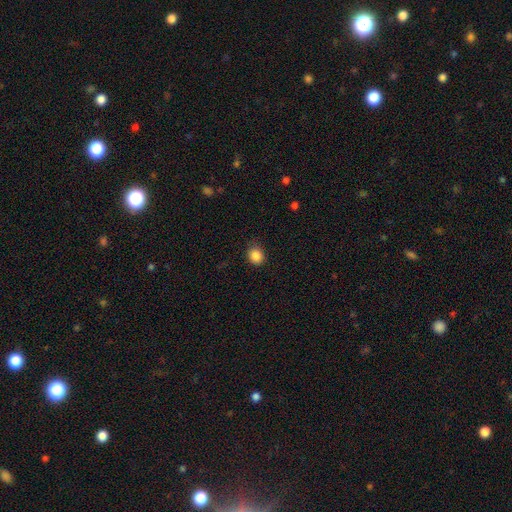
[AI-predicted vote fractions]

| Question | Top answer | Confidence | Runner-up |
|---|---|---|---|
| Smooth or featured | smooth | 86% | star or artifact (10%) |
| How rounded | round | 74% | in between (25%) |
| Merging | none | 81% | minor disturbance (15%) |